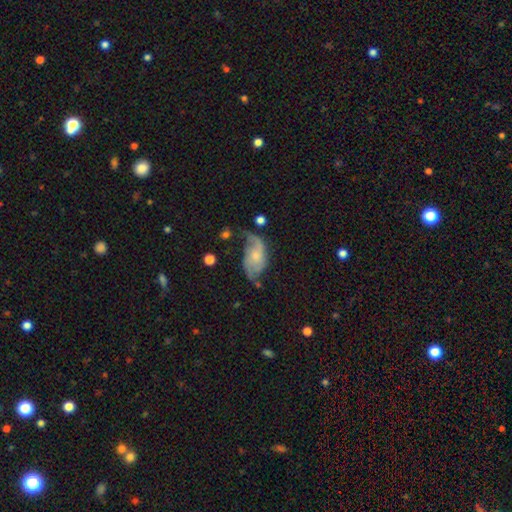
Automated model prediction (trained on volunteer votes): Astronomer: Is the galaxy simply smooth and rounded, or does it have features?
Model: featured or disk — 70%.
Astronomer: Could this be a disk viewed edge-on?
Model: no — 96%.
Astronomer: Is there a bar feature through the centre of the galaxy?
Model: no — 68%.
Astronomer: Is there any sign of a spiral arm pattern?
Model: yes — 89%.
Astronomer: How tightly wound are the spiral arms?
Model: loose — 51% (runner-up: medium, 34%).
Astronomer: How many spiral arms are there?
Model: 2 — 77%.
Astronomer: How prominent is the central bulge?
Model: small — 57%.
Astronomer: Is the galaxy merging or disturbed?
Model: none — 45% (runner-up: minor disturbance, 30%).